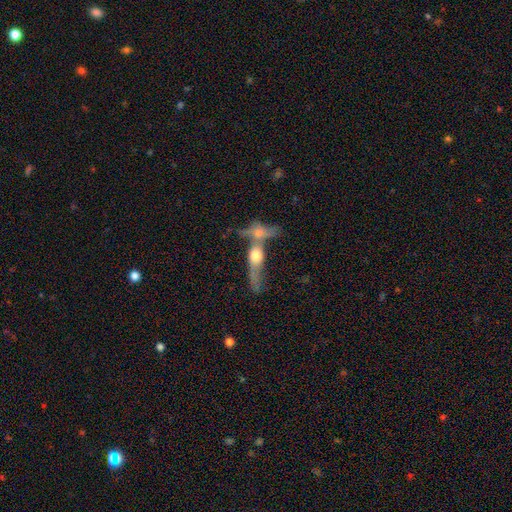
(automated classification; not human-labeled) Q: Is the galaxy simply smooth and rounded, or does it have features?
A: featured or disk — 53%.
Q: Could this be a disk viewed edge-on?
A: yes — 70%.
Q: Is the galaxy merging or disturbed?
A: merger — 58%.